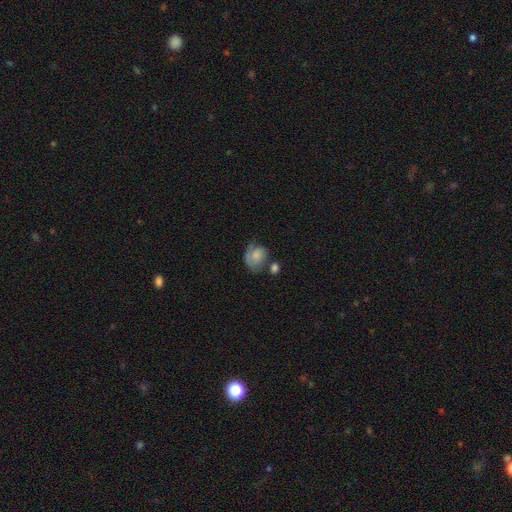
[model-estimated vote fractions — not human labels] Overall: smooth (52%; featured or disk 39%). How rounded: in between (53%; round 46%). Merging: none (43%; minor disturbance 27%).